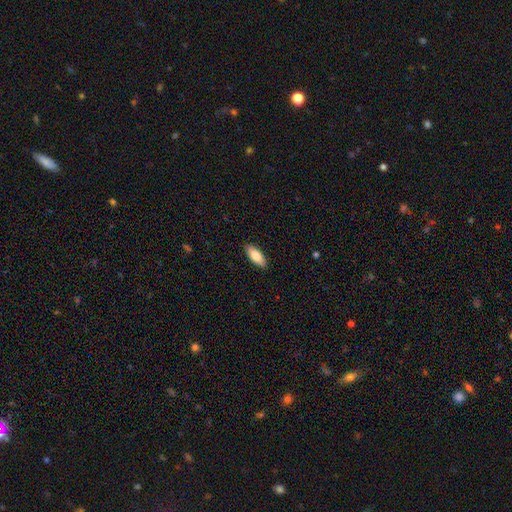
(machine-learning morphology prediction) This is likely a smooth galaxy (79%). How rounded: likely in between (72%). Merging: clearly none (89%).